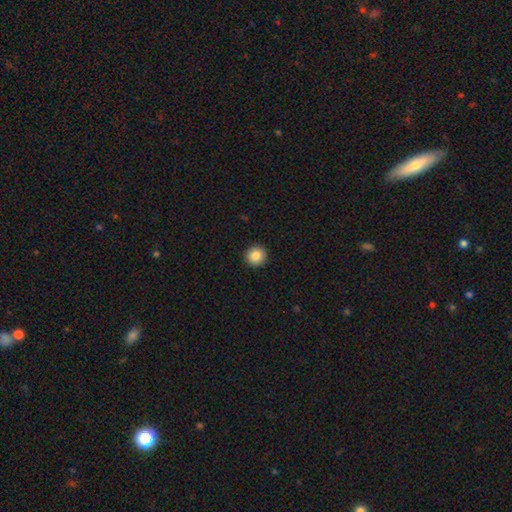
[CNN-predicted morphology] Overall: smooth (87%). How rounded: round (94%). Merging: none (93%).